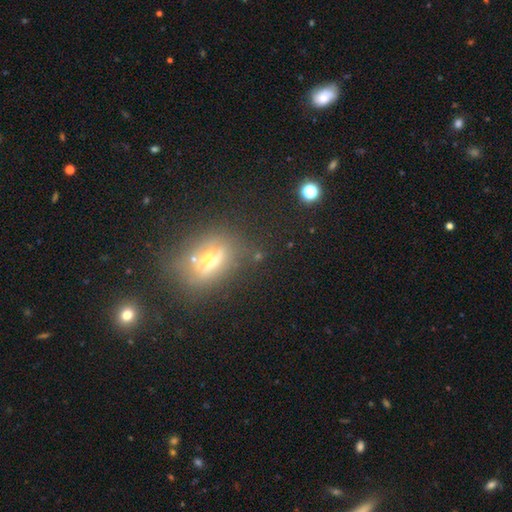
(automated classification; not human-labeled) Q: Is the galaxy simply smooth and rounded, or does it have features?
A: smooth — 51%.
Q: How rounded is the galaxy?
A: in between — 60%.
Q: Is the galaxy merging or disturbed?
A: none — 56%.